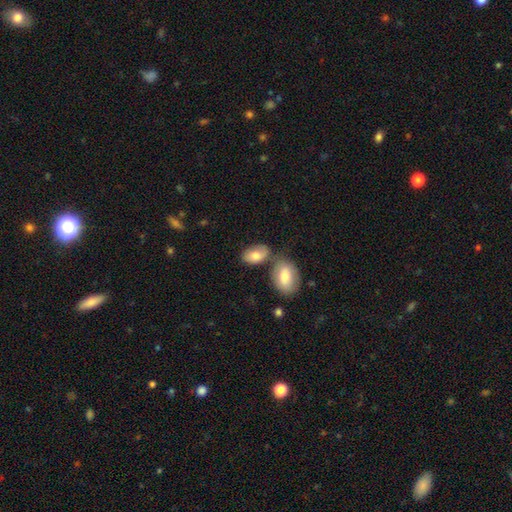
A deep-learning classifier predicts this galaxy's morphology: This appears to be a smooth galaxy with no disk features (76%) that is in between round and cigar-shaped (91%). Merging: none (49%).